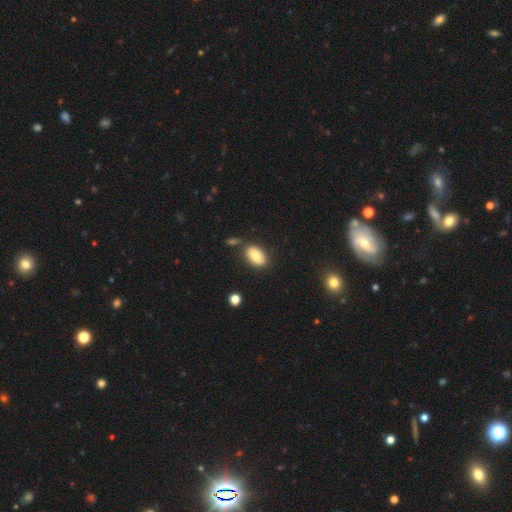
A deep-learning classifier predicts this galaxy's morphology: smooth_or_featured: smooth (p=0.76) [alt: featured or disk p=0.16]
how_rounded: in between (p=0.89) [alt: round p=0.10]
merging: none (p=0.74) [alt: minor disturbance p=0.14]